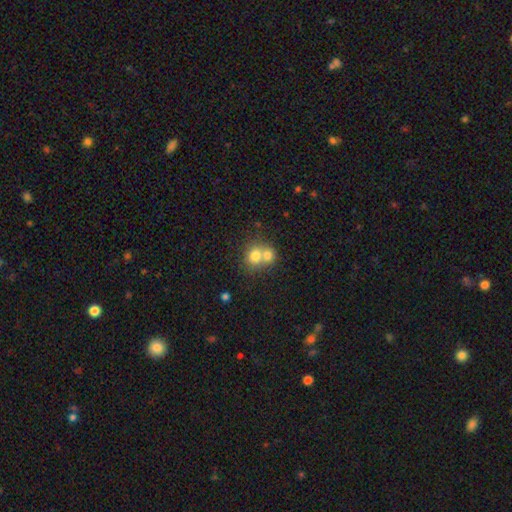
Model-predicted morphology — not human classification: Smooth or featured?
  - smooth: 73% *
  - featured or disk: 17%
  - star or artifact: 10%
How rounded?
  - round: 74% *
  - in between: 25%
  - cigar-shaped: 1%
Merging?
  - merger: 63% *
  - none: 28%
  - minor disturbance: 6%
  - major disturbance: 3%